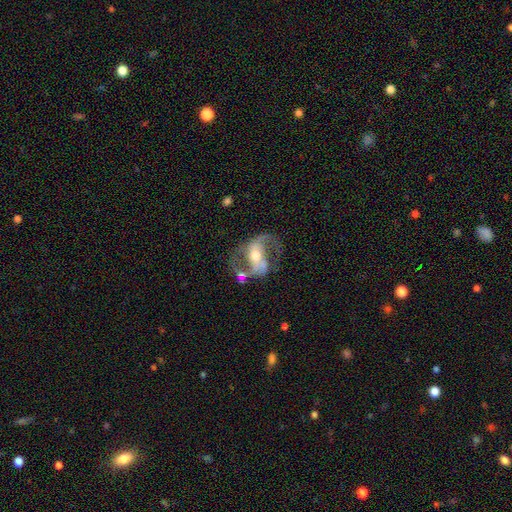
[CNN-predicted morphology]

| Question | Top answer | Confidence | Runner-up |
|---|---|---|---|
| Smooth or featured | featured or disk | 86% | smooth (8%) |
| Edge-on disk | no | 96% | yes (4%) |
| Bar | strong | 41% | weak (34%) |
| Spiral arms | yes | 92% | no (8%) |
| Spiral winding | medium | 46% | loose (44%) |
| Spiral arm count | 2 | 88% | 1 (5%) |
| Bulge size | moderate | 60% | small (31%) |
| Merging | none | 55% | major disturbance (19%) |